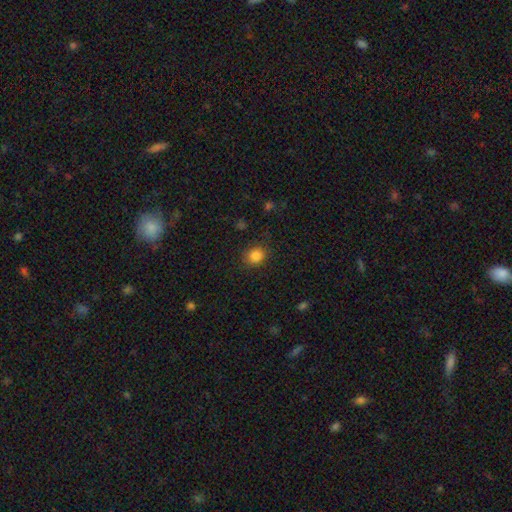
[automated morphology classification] type=smooth (84%); roundness=round (70%); merging=none (85%).